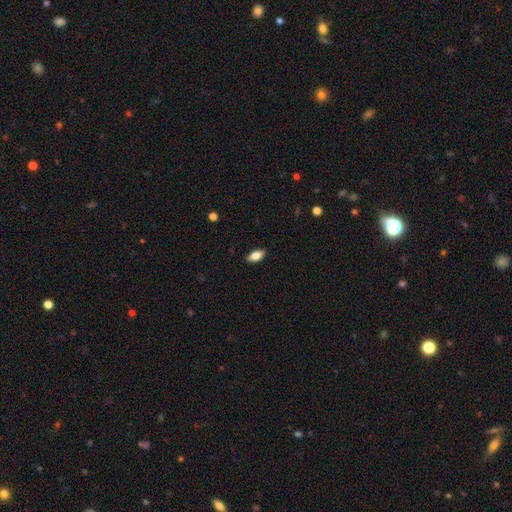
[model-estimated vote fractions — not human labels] This appears to be a smooth galaxy with no disk features (83%) that is in between round and cigar-shaped (90%). Merging: none (89%).